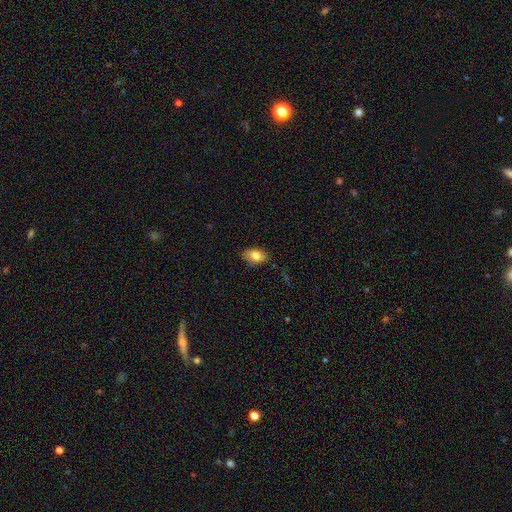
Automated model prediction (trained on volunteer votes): smooth 83%, featured or disk 10%, star or artifact 8%. Down the decision tree: how rounded — in between (86%); merging — none (78%).